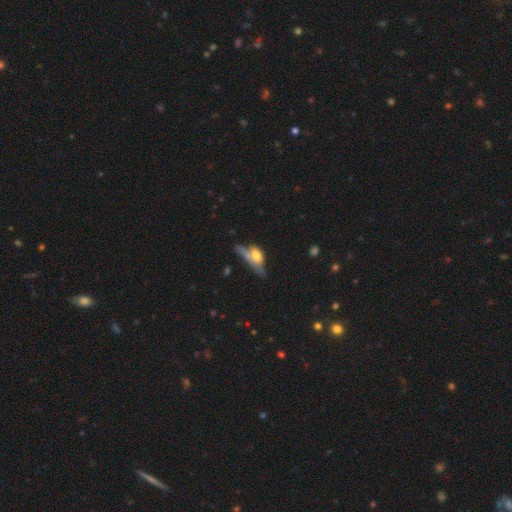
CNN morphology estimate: Q: Smooth or featured?
A: smooth (49%); runner-up: featured or disk (41%)
Q: Merging?
A: major disturbance (28%); runner-up: none (26%)